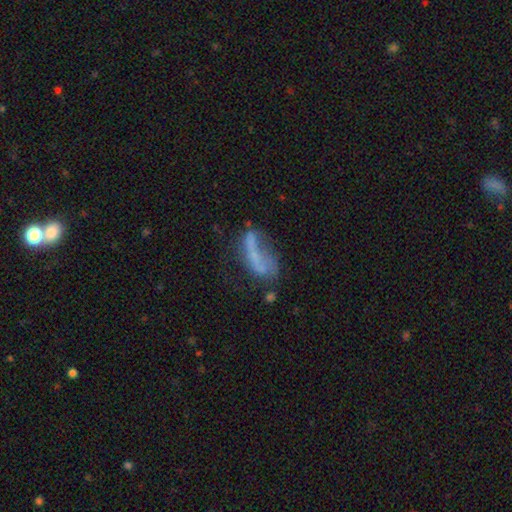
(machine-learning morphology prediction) Smooth or featured: featured or disk — 45% (smooth — 41%)
Merging: none — 31% (tied with major disturbance — 31%)